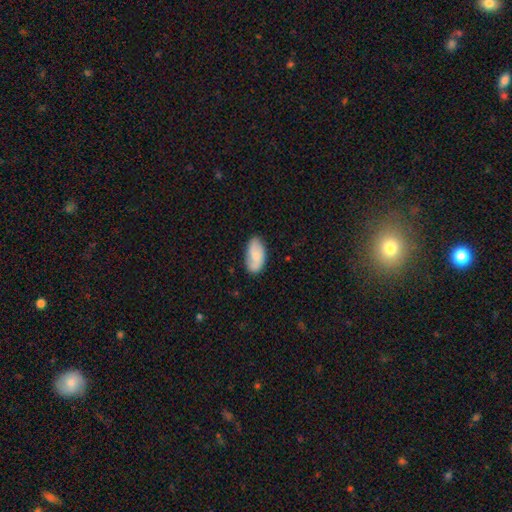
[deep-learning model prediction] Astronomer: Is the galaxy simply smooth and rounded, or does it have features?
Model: smooth — 61%.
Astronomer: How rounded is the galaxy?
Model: in between — 93%.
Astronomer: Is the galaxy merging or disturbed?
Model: none — 77%.